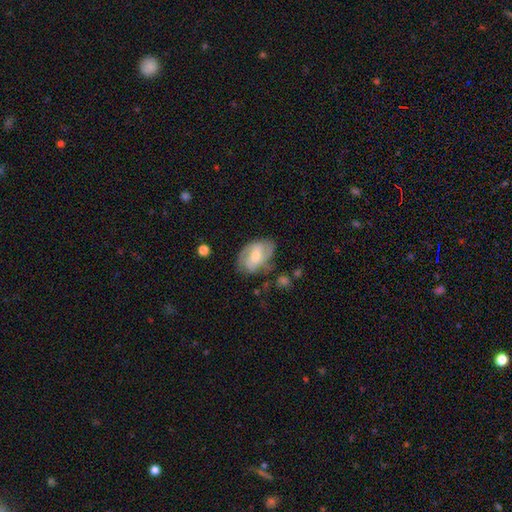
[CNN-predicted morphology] This is likely a featured or disk galaxy (66%). It is clearly not viewed edge-on (96%). Bar: marginally weak (41%). Spiral arm pattern: clearly yes (84%). Spiral arm count: possibly 2 (59%). Spiral winding: possibly medium (46%). Central bulge: possibly moderate (56%). Merging: likely none (60%).